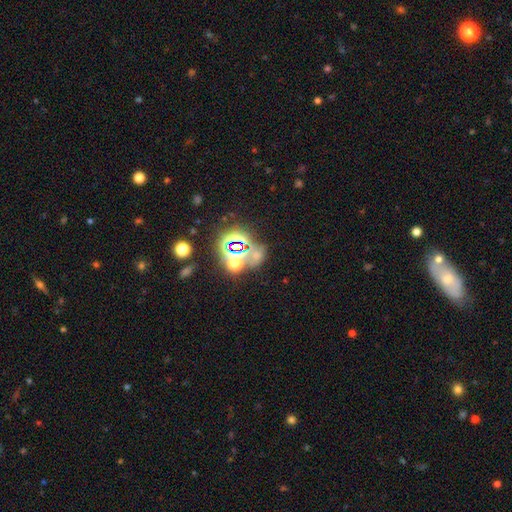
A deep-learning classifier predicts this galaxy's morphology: A star or artifact, not a galaxy (56%).